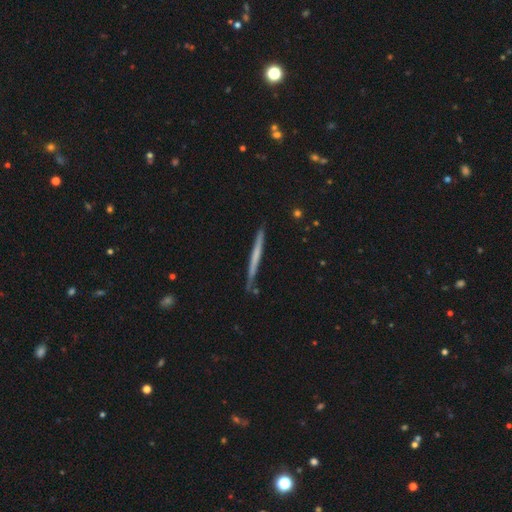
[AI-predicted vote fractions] Q: Smooth or featured?
A: featured or disk (49%); runner-up: smooth (45%)
Q: Merging?
A: none (85%); runner-up: minor disturbance (12%)